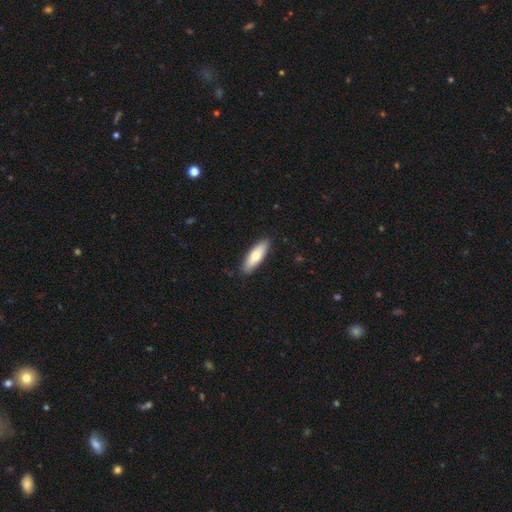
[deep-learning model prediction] Q: Smooth or featured?
A: smooth (70%); runner-up: featured or disk (24%)
Q: How rounded?
A: in between (57%); runner-up: cigar-shaped (41%)
Q: Merging?
A: none (88%); runner-up: minor disturbance (9%)